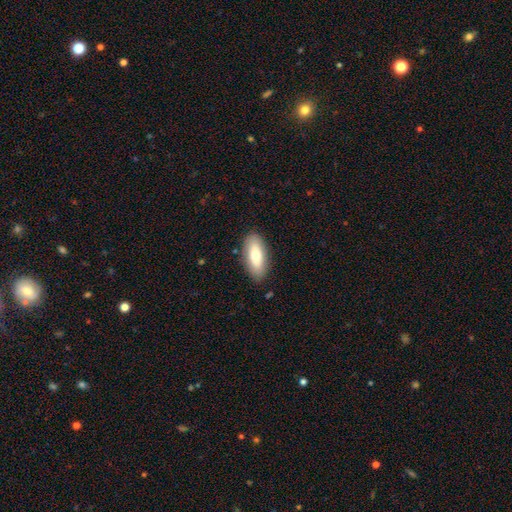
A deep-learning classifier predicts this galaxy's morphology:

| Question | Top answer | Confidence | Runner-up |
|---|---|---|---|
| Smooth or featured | smooth | 73% | featured or disk (21%) |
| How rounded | in between | 82% | cigar-shaped (16%) |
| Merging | none | 86% | minor disturbance (10%) |